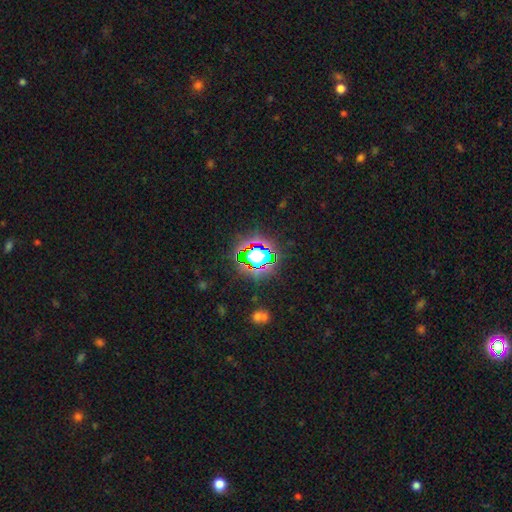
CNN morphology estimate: Smooth or featured? Predicted: star or artifact (p=0.65).